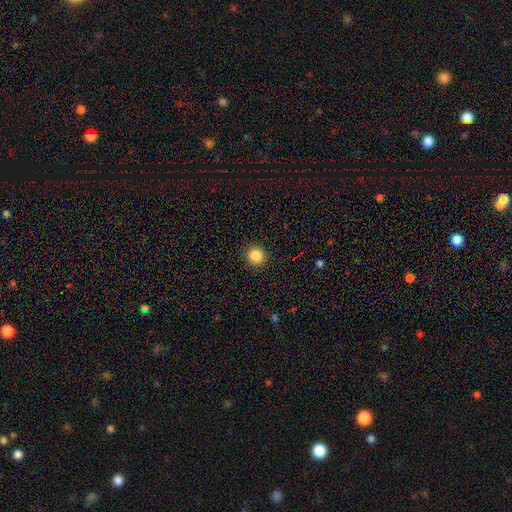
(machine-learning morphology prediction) Smooth or featured? Predicted: smooth (p=0.86). How rounded? Predicted: round (p=0.91). Merging? Predicted: none (p=0.91).